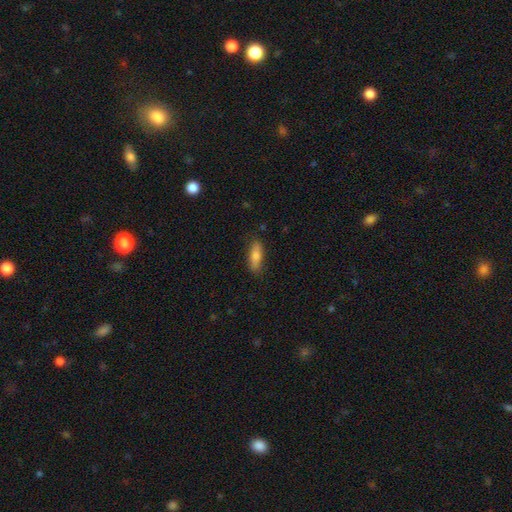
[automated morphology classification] Smooth or featured? Predicted: smooth (p=0.75). How rounded? Predicted: in between (p=0.52). Merging? Predicted: none (p=0.83).